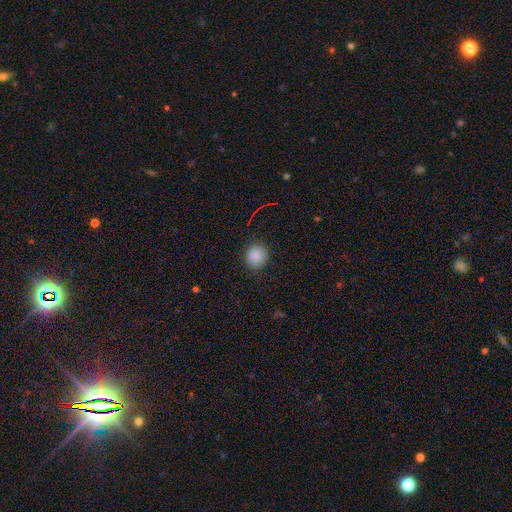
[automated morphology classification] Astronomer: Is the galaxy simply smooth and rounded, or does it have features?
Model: smooth — 85%.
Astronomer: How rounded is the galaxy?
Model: round — 89%.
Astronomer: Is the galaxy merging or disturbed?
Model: none — 86%.